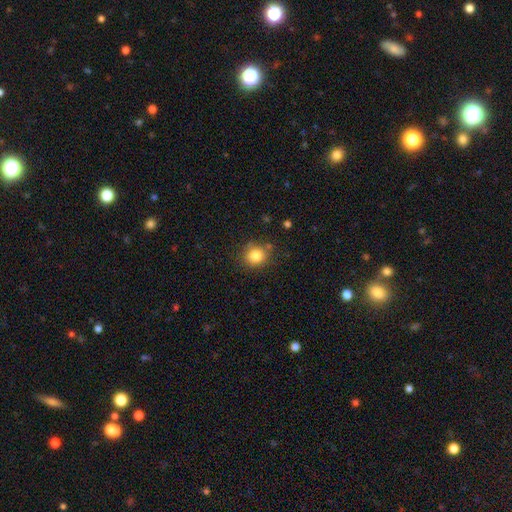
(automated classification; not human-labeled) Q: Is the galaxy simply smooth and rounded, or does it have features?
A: smooth — 83%.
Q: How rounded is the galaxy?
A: round — 85%.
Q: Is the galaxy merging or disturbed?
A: none — 82%.